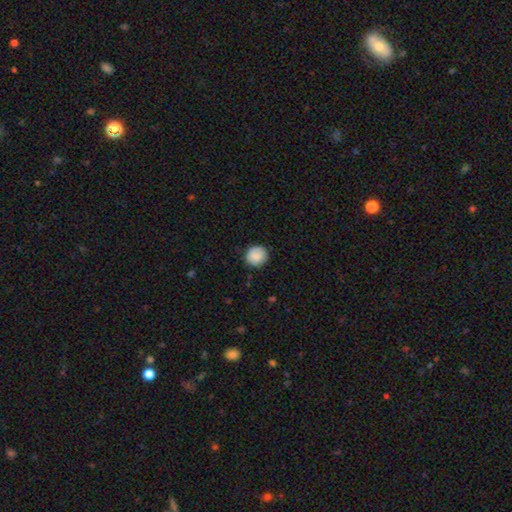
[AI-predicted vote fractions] A smooth galaxy with no disk features (86%) that is round (92%). Merging: none (85%).